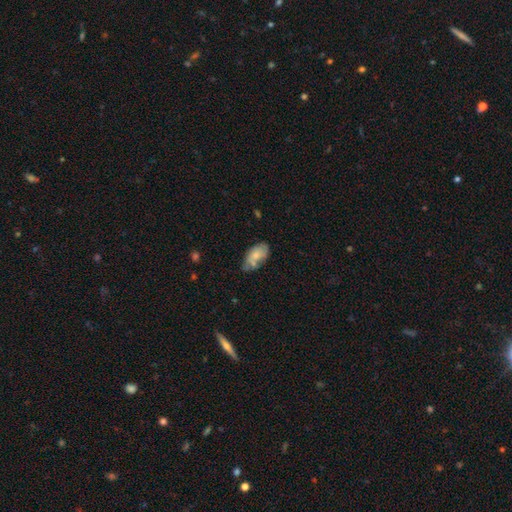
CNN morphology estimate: Q: Smooth or featured?
A: smooth (66%); runner-up: featured or disk (27%)
Q: How rounded?
A: in between (93%); runner-up: cigar-shaped (4%)
Q: Merging?
A: none (50%); runner-up: minor disturbance (31%)